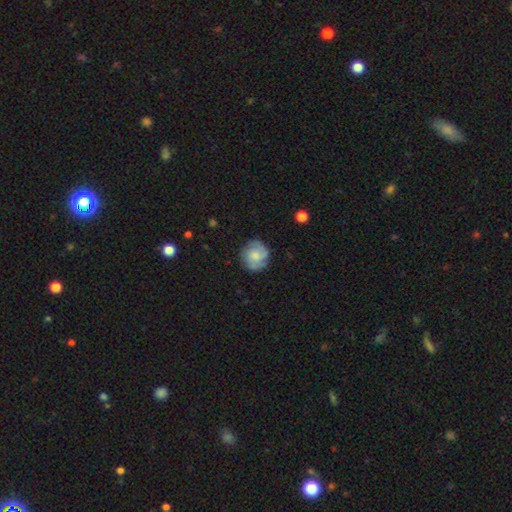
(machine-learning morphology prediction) A featured or disk galaxy (47%). Merging: none (77%).